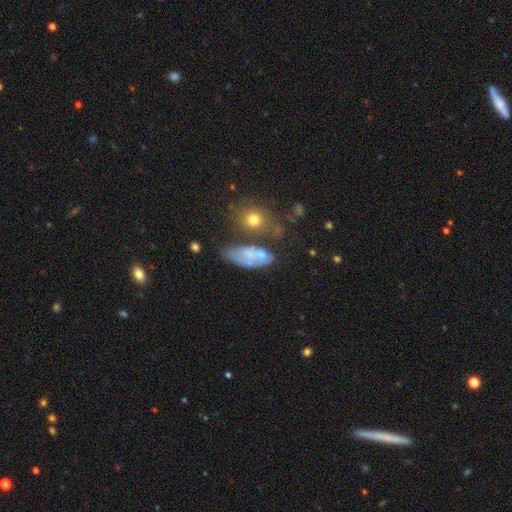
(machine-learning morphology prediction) smooth 48%, featured or disk 39%, star or artifact 13%. Down the decision tree: merging — none (37%).